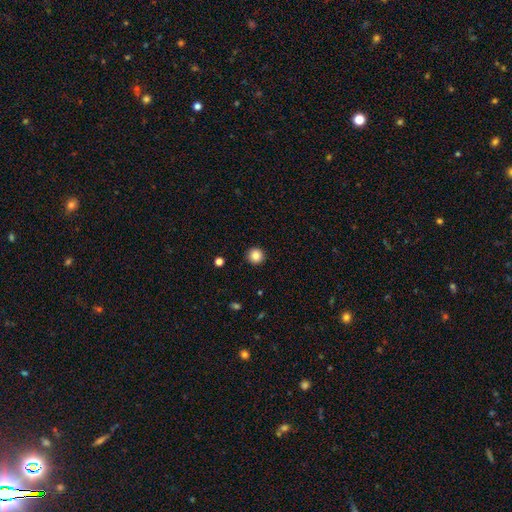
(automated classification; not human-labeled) smooth-or-featured: smooth: 85% | star or artifact: 10% | featured or disk: 5%
  how-rounded: round: 95% | in between: 4% | cigar-shaped: 1%
  merging: none: 93% | minor disturbance: 5% | major disturbance: 2% | merger: 1%